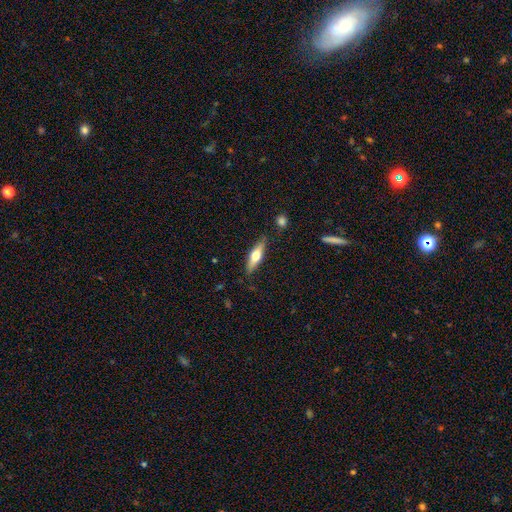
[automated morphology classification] Smooth or featured? smooth (50%)
How rounded? cigar-shaped (65%)
Merging? none (84%)